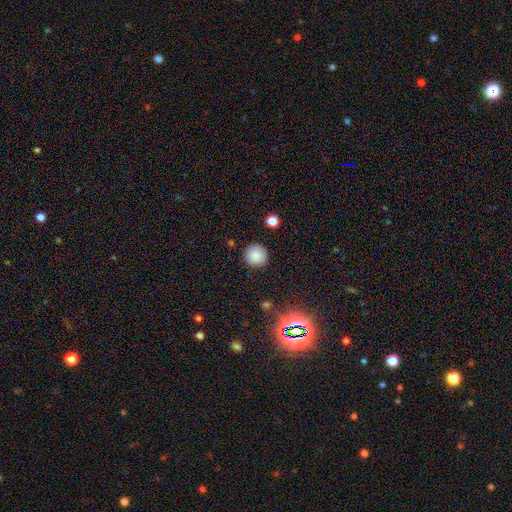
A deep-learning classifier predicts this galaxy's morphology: Smooth or featured: smooth — 85% (star or artifact — 11%)
How rounded: round — 95% (in between — 4%)
Merging: none — 90% (minor disturbance — 6%)